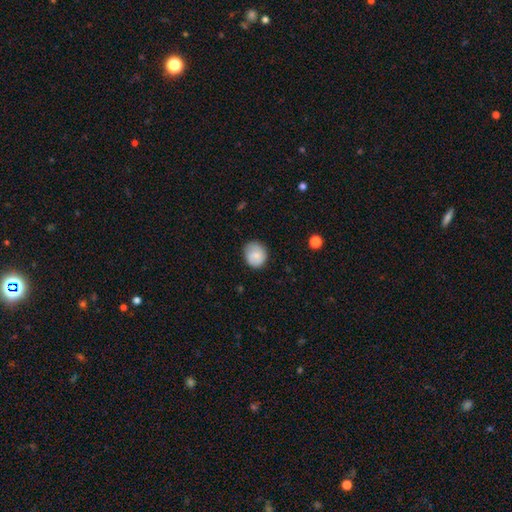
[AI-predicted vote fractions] Smooth or featured?
  - smooth: 80% *
  - featured or disk: 12%
  - star or artifact: 8%
How rounded?
  - round: 80% *
  - in between: 19%
  - cigar-shaped: 1%
Merging?
  - none: 76% *
  - minor disturbance: 19%
  - major disturbance: 4%
  - merger: 1%